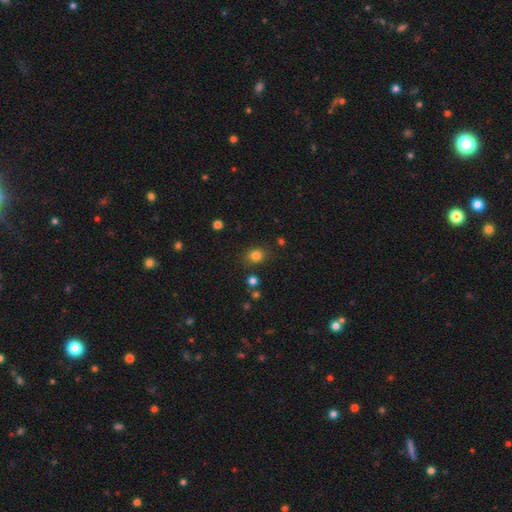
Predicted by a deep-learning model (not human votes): This is clearly a smooth galaxy (81%). How rounded: likely round (62%). Merging: clearly none (81%).